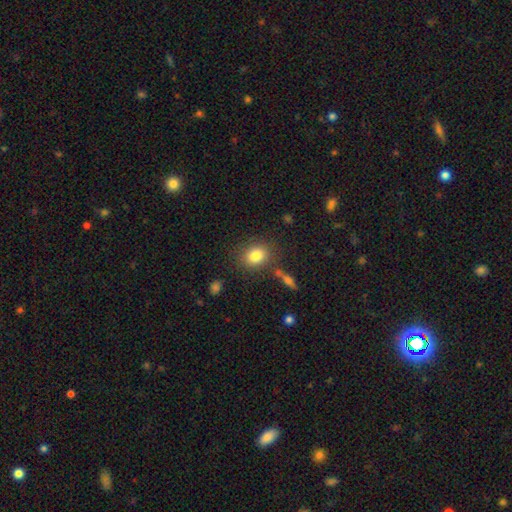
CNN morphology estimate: Smooth or featured?
  - smooth: 82% *
  - star or artifact: 10%
  - featured or disk: 8%
How rounded?
  - in between: 53% *
  - round: 46%
  - cigar-shaped: 1%
Merging?
  - none: 80% *
  - minor disturbance: 11%
  - merger: 5%
  - major disturbance: 4%